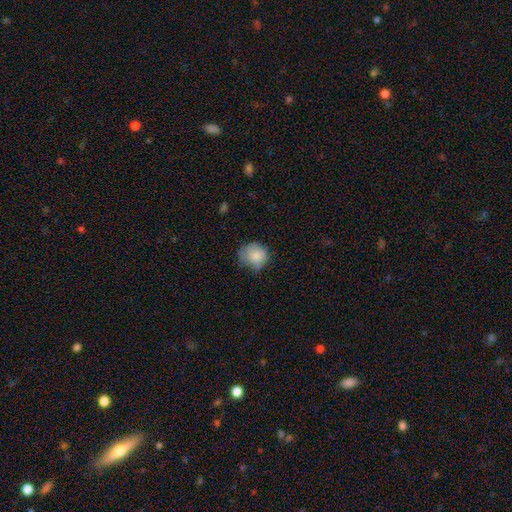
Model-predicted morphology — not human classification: The model was most divided on "merging": none: 55%, minor disturbance: 33%, major disturbance: 10%, merger: 2%. More confident: smooth or featured — smooth (81%); how rounded — round (76%).